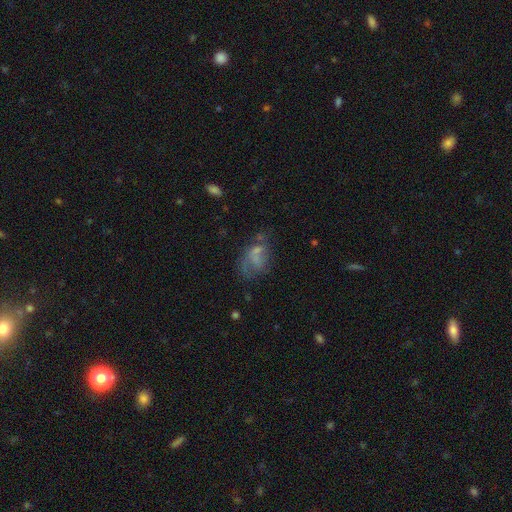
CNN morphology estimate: A smooth galaxy with no disk features (46%). Merging: major disturbance (32%).